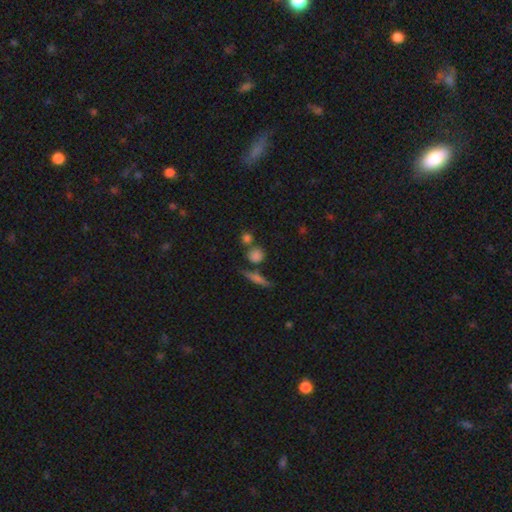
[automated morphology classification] A smooth galaxy with no disk features (79%) that is round (82%).

Vote fractions:
- Smooth or featured? smooth: 79% / star or artifact: 11% / featured or disk: 10%
- How rounded? round: 82% / in between: 12% / cigar-shaped: 7%
- Merging? none: 68% / merger: 18% / minor disturbance: 11% / major disturbance: 4%